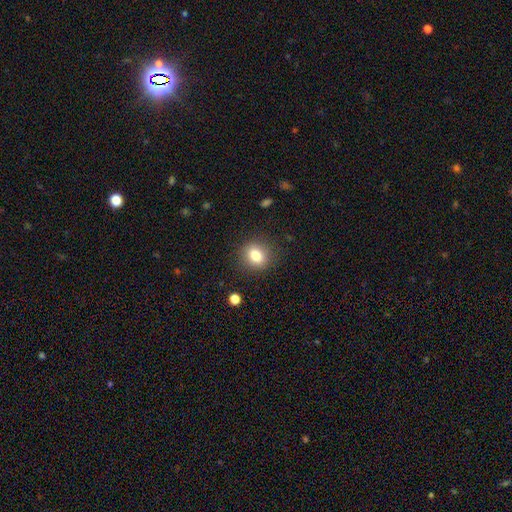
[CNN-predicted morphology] Smooth or featured? smooth (81%)
How rounded? round (67%)
Merging? none (88%)